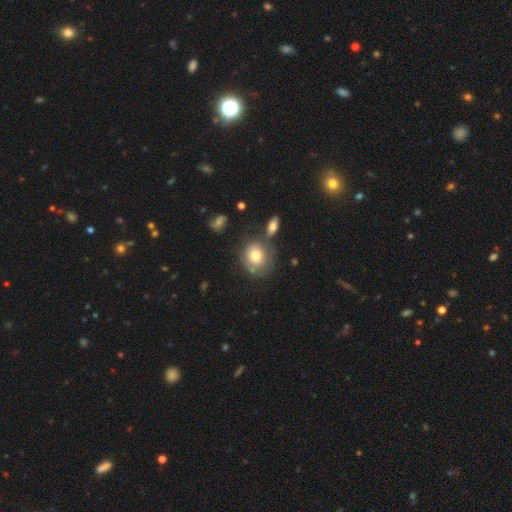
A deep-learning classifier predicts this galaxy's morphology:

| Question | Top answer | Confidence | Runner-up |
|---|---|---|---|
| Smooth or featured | smooth | 69% | featured or disk (22%) |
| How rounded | round | 73% | in between (26%) |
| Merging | none | 58% | minor disturbance (20%) |